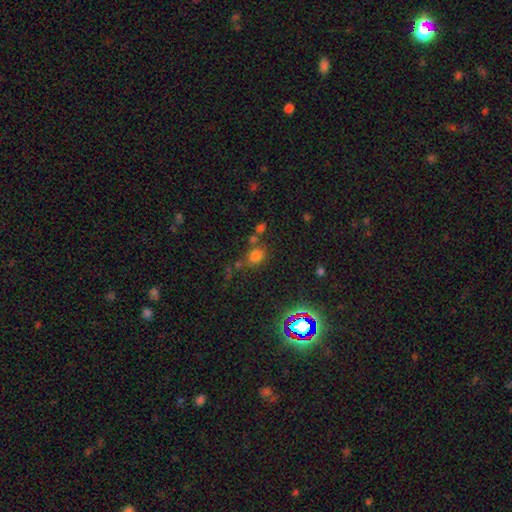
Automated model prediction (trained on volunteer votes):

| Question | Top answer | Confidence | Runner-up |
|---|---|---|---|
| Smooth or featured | smooth | 72% | star or artifact (21%) |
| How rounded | round | 63% | in between (36%) |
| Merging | none | 65% | merger (16%) |